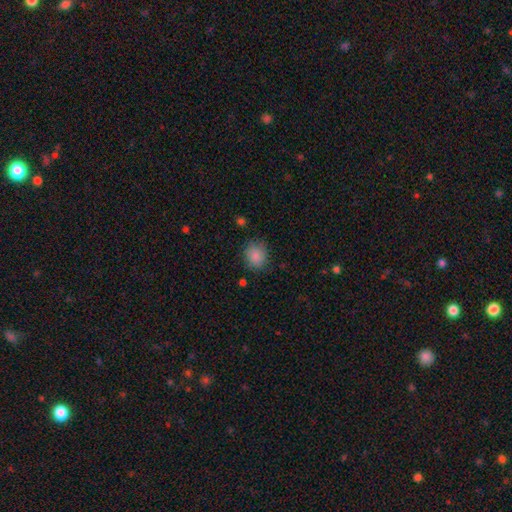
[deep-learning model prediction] Smooth or featured?
  - smooth: 86% *
  - star or artifact: 8%
  - featured or disk: 6%
How rounded?
  - round: 68% *
  - in between: 31%
  - cigar-shaped: 1%
Merging?
  - none: 78% *
  - minor disturbance: 16%
  - major disturbance: 5%
  - merger: 2%